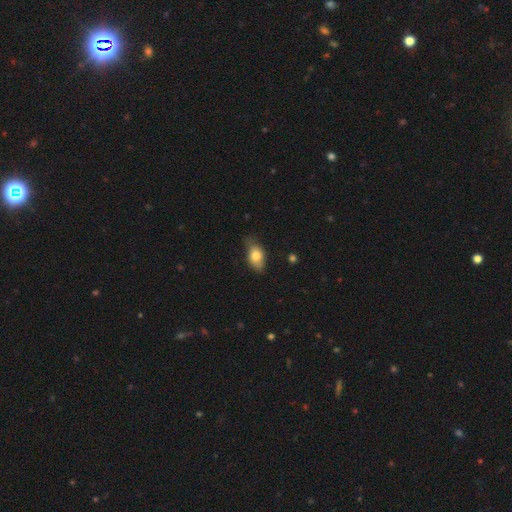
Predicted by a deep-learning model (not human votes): Overall: smooth (77%). How rounded: in between (87%). Merging: none (62%; minor disturbance 31%).